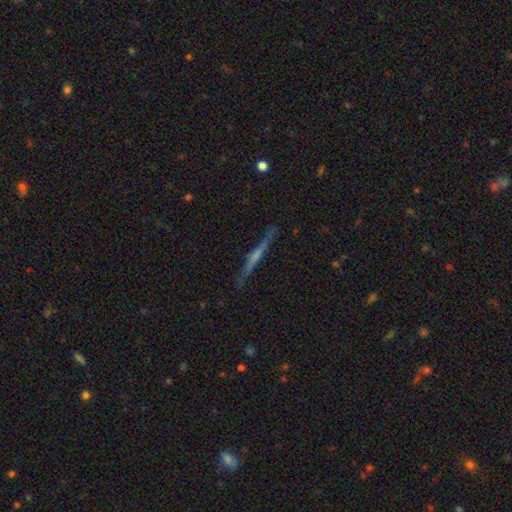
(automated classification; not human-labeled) A featured or disk galaxy (67%) viewed edge-on (97%) with no central bulge (42%). Merging: none (86%).